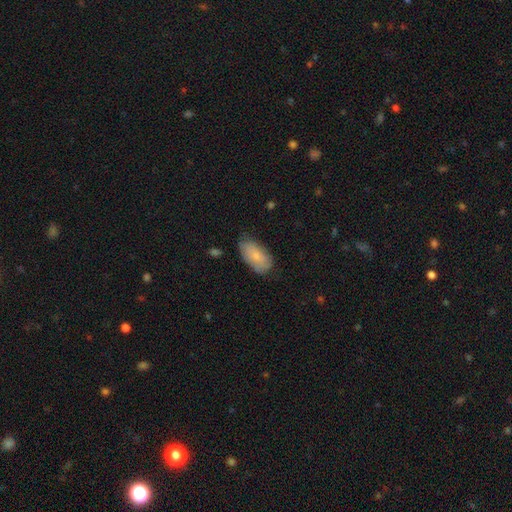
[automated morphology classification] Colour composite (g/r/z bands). It shows a smooth galaxy with no disk features (76%) that is in between round and cigar-shaped (93%). Merging: none (67%).